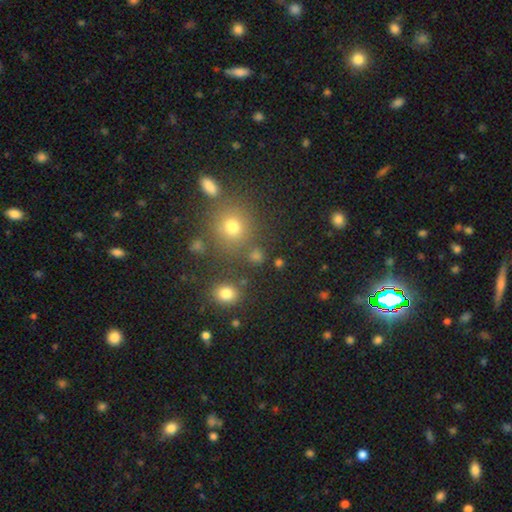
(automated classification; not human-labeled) Smooth or featured? Predicted: smooth (p=0.70). How rounded? Predicted: round (p=0.83). Merging? Predicted: none (p=0.78).